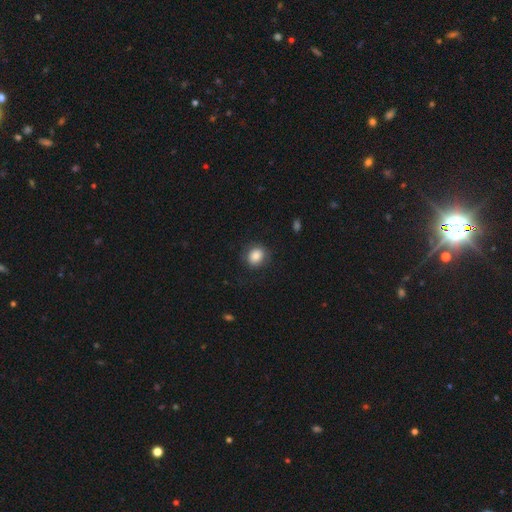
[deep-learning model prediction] Morphology: type=smooth (84%); roundness=round (71%); merging=none (82%).